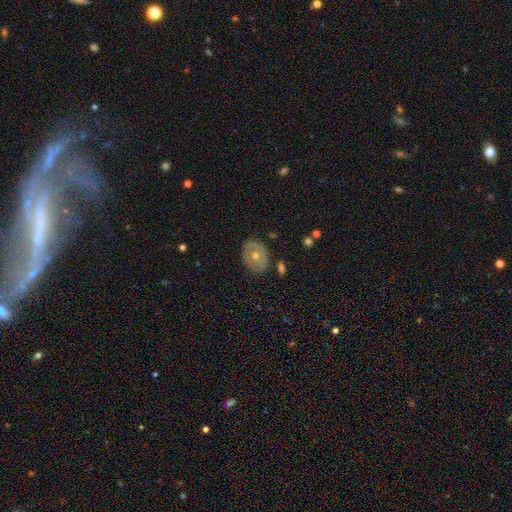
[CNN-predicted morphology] smooth_or_featured: featured or disk (p=0.49) [alt: smooth p=0.43]
merging: none (p=0.83) [alt: minor disturbance p=0.12]